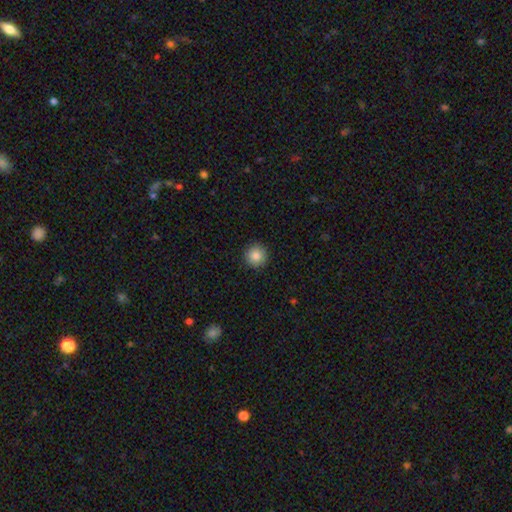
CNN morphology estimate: smooth_or_featured: smooth (p=0.86) [alt: star or artifact p=0.09]
how_rounded: round (p=0.95) [alt: in between p=0.04]
merging: none (p=0.92) [alt: minor disturbance p=0.05]